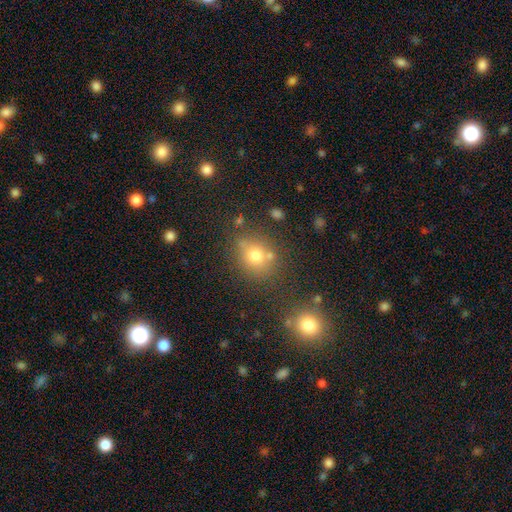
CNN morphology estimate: Smooth or featured?
  - smooth: 71% *
  - star or artifact: 18%
  - featured or disk: 11%
How rounded?
  - round: 71% *
  - in between: 28%
  - cigar-shaped: 1%
Merging?
  - none: 71% *
  - minor disturbance: 12%
  - merger: 12%
  - major disturbance: 4%